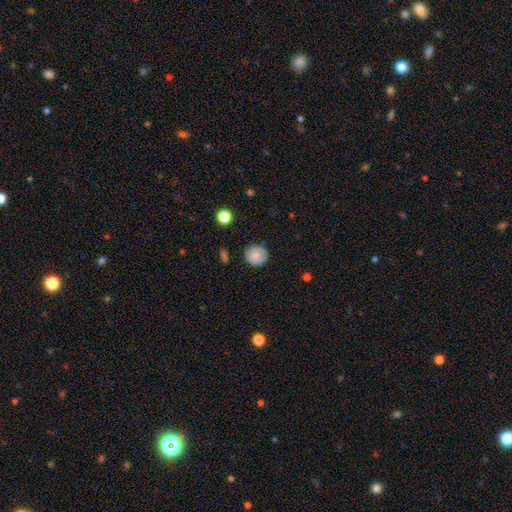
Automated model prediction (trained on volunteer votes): A smooth galaxy with no disk features (76%) that is round (92%).

Vote fractions:
- Smooth or featured? smooth: 76% / featured or disk: 16% / star or artifact: 8%
- How rounded? round: 92% / in between: 7% / cigar-shaped: 1%
- Merging? none: 85% / minor disturbance: 11% / major disturbance: 3% / merger: 1%